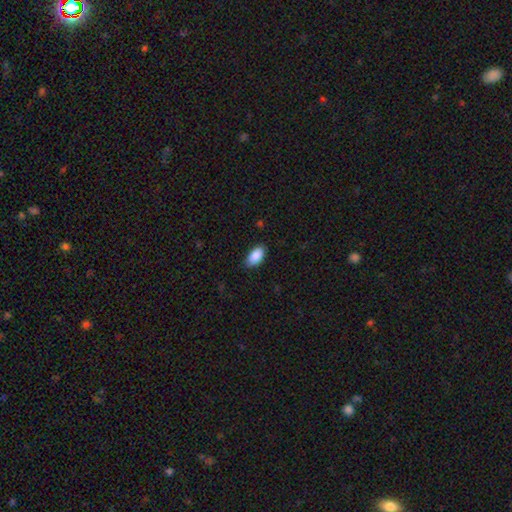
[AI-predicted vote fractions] Q: Smooth or featured?
A: smooth (90%); runner-up: star or artifact (6%)
Q: How rounded?
A: in between (95%); runner-up: cigar-shaped (3%)
Q: Merging?
A: none (85%); runner-up: minor disturbance (12%)